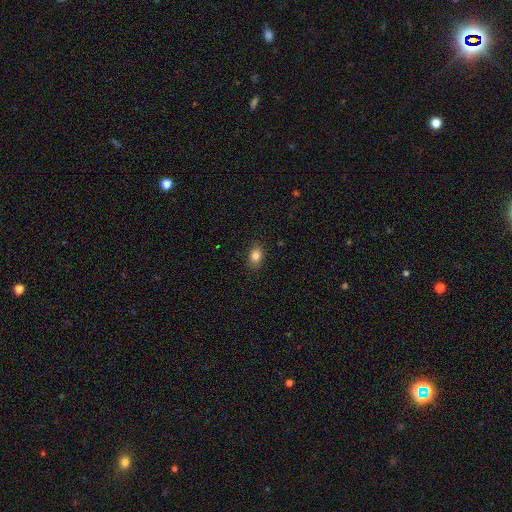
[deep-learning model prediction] Smooth or featured: smooth — 83% (star or artifact — 10%)
How rounded: in between — 69% (round — 29%)
Merging: none — 86% (minor disturbance — 10%)